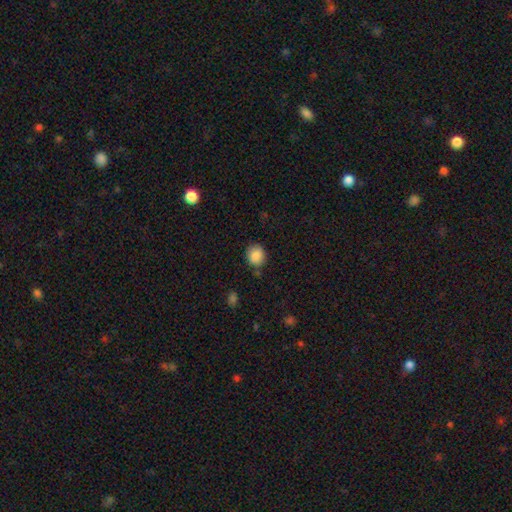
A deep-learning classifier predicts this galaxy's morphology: This appears to be a smooth galaxy with no disk features (87%) that is round (76%). Merging: none (79%).